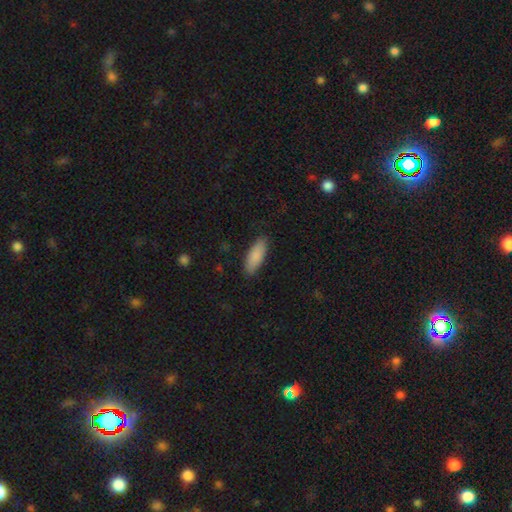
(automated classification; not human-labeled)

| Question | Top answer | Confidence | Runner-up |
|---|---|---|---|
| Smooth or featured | smooth | 87% | featured or disk (7%) |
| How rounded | in between | 71% | cigar-shaped (27%) |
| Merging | none | 87% | minor disturbance (10%) |